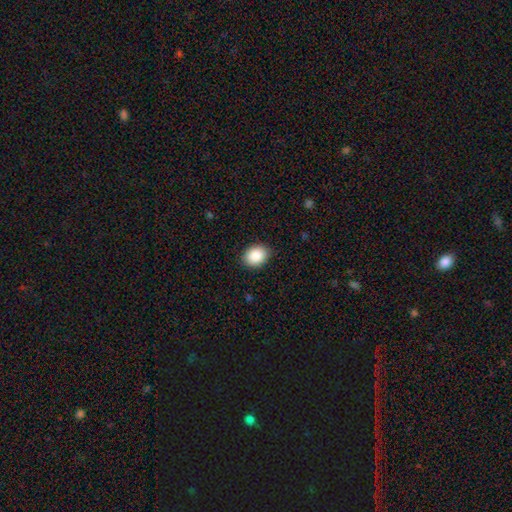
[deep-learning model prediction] This is clearly a smooth galaxy (89%). How rounded: possibly in between (58%). Merging: clearly none (88%).